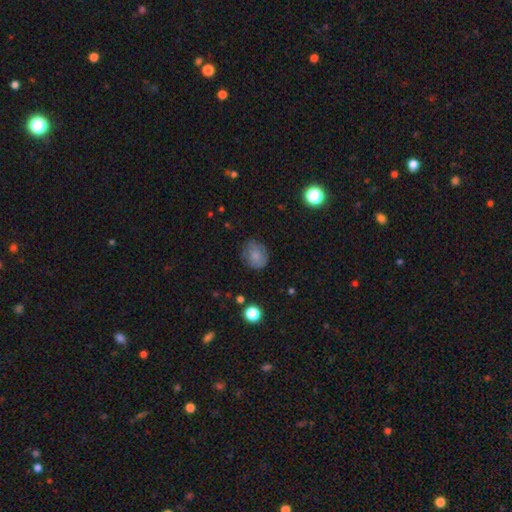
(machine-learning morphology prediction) A smooth galaxy with no disk features (74%) that is round (66%). Merging: none (74%).